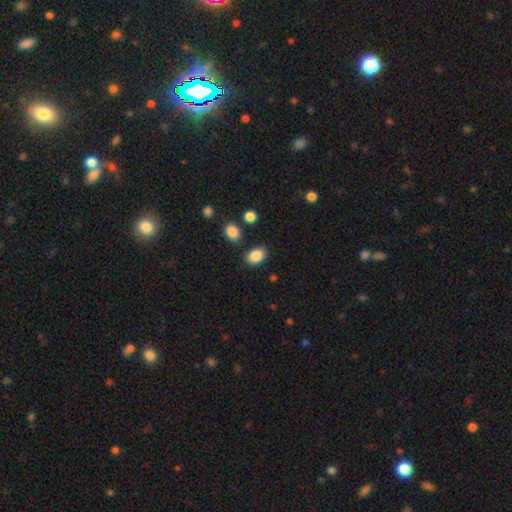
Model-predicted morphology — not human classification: smooth_or_featured: smooth (p=0.88) [alt: star or artifact p=0.08]
how_rounded: in between (p=0.79) [alt: round p=0.20]
merging: none (p=0.82) [alt: minor disturbance p=0.11]